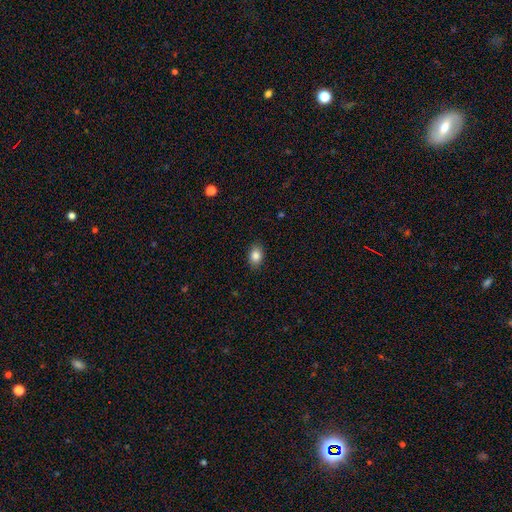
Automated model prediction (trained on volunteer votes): Smooth or featured? smooth (85%)
How rounded? in between (78%)
Merging? none (88%)